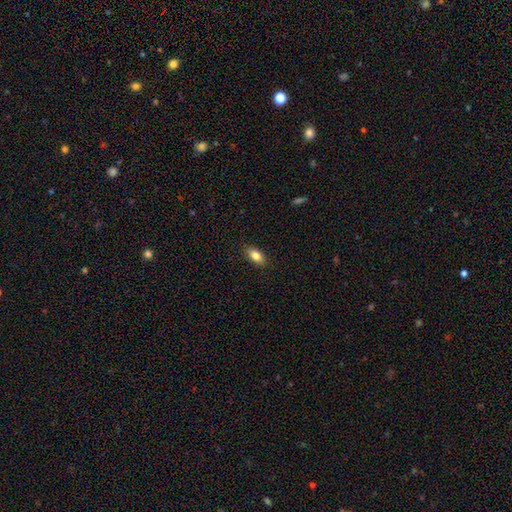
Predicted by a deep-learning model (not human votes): smooth 83%, featured or disk 9%, star or artifact 8%. Down the decision tree: how rounded — in between (90%); merging — none (89%).